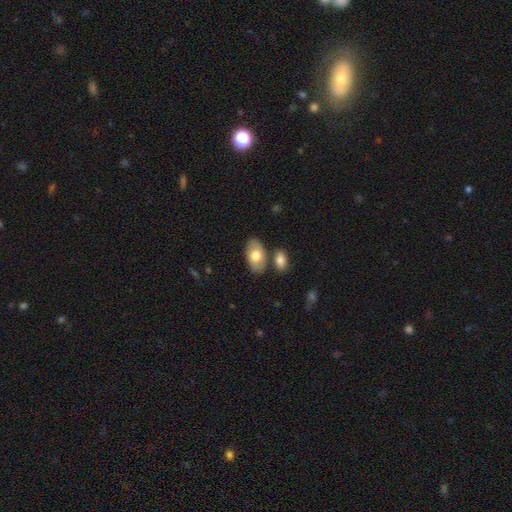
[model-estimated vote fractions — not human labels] A smooth galaxy with no disk features (72%) that is in between round and cigar-shaped (94%). Merging: none (74%).